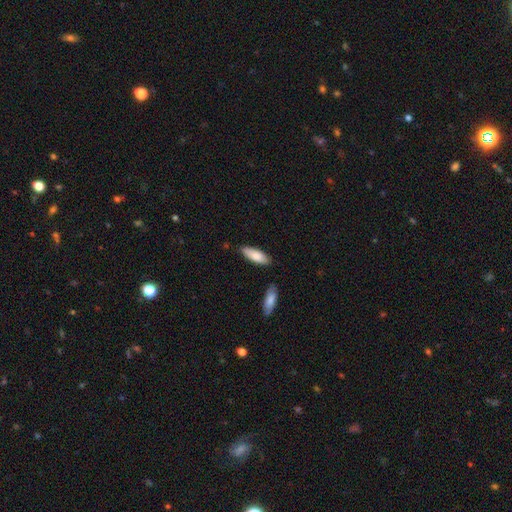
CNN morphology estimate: smooth_or_featured: smooth (p=0.84) [alt: featured or disk p=0.11]
how_rounded: in between (p=0.61) [alt: cigar-shaped p=0.37]
merging: none (p=0.79) [alt: minor disturbance p=0.14]